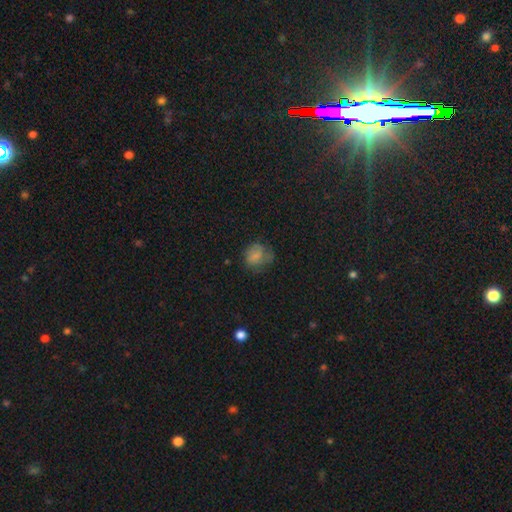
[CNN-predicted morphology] smooth-or-featured: smooth: 68% | featured or disk: 19% | star or artifact: 13%
  how-rounded: round: 60% | in between: 39% | cigar-shaped: 1%
  merging: none: 51% | minor disturbance: 28% | major disturbance: 19% | merger: 2%